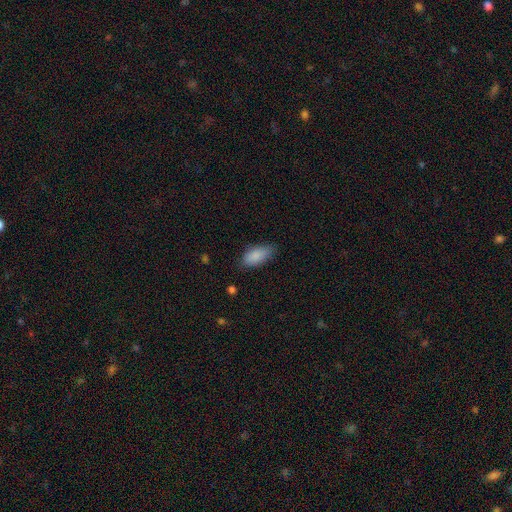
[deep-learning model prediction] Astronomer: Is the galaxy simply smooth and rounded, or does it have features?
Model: smooth — 87%.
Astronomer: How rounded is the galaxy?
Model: in between — 90%.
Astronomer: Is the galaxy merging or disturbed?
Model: none — 75%.